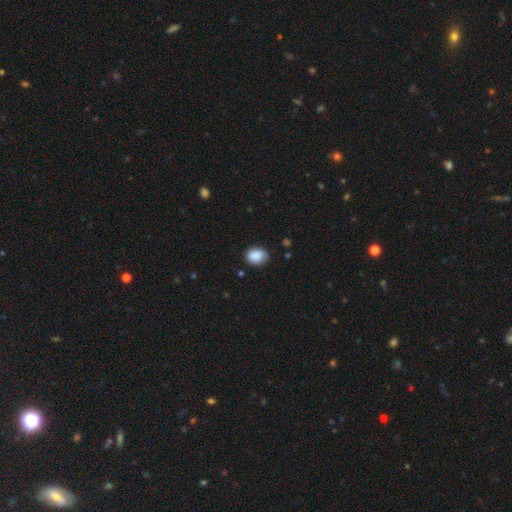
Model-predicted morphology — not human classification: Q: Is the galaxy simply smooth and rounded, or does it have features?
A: smooth — 88%.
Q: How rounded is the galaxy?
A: in between — 50%.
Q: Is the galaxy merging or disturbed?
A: none — 78%.